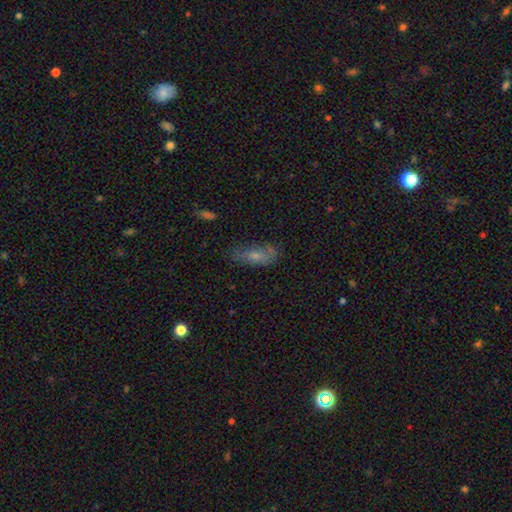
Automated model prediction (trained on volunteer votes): Smooth or featured? Predicted: smooth (p=0.53). How rounded? Predicted: in between (p=0.63). Merging? Predicted: none (p=0.63).